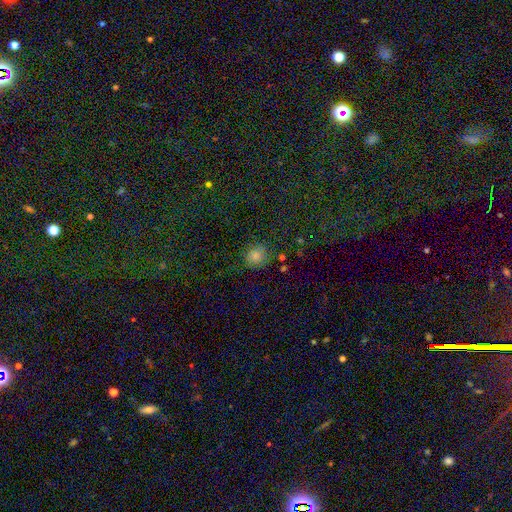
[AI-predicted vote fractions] This is clearly a smooth galaxy (82%). How rounded: clearly round (85%). Merging: clearly none (80%).